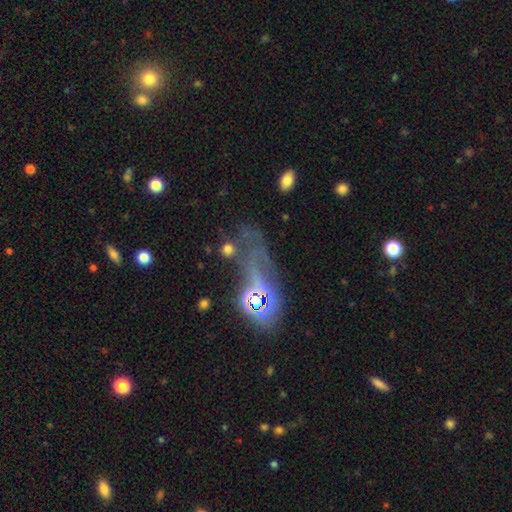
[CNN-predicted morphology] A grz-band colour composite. It shows a featured or disk galaxy (35%). Merging: major disturbance (40%).